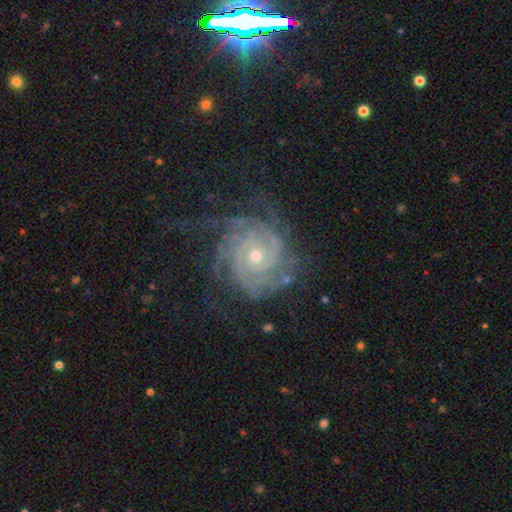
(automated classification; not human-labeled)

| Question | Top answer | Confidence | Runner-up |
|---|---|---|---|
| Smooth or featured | featured or disk | 89% | star or artifact (6%) |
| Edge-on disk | no | 97% | yes (3%) |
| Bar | no | 76% | weak (18%) |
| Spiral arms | yes | 98% | no (2%) |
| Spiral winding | tight | 78% | medium (19%) |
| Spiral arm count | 4 | 23% | can't tell (21%) |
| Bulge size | small | 55% | moderate (42%) |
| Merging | none | 68% | minor disturbance (18%) |